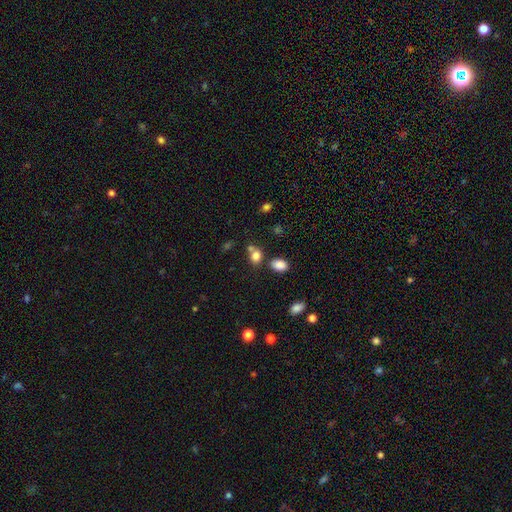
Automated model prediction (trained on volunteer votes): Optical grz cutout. It shows a smooth galaxy with no disk features (80%) that is in between round and cigar-shaped (54%). Merging: none (49%).